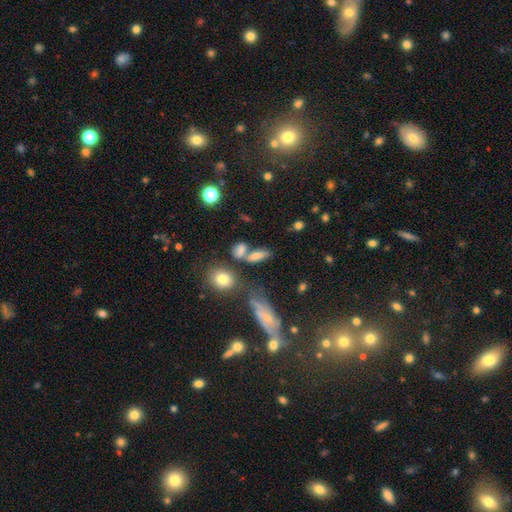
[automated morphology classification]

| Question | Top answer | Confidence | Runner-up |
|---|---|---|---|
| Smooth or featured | smooth | 63% | featured or disk (24%) |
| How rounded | in between | 62% | cigar-shaped (28%) |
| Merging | none | 47% | merger (29%) |